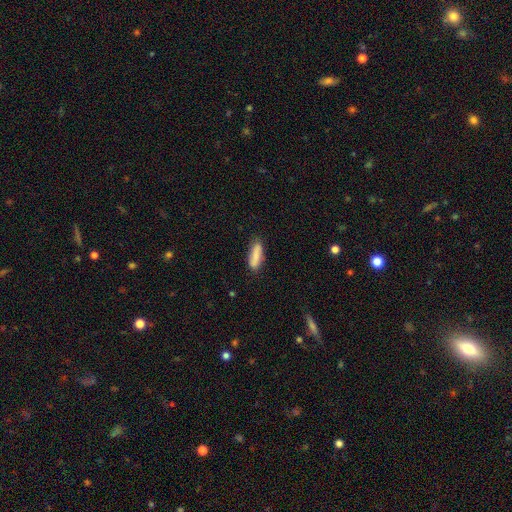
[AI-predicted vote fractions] Smooth or featured: smooth — 78% (featured or disk — 16%)
How rounded: cigar-shaped — 49% (tied with in between — 49%)
Merging: none — 79% (minor disturbance — 16%)